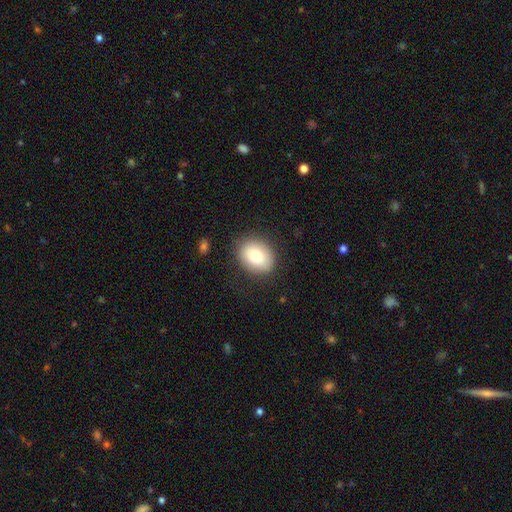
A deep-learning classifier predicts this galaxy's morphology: smooth 79%, featured or disk 13%, star or artifact 8%. Down the decision tree: how rounded — in between (59%); merging — none (84%).